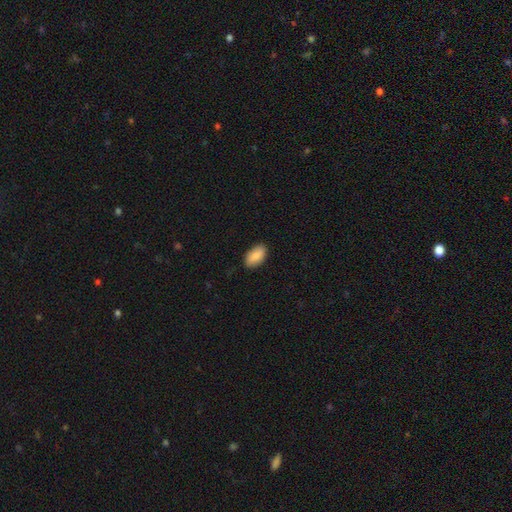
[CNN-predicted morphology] Smooth or featured? Predicted: smooth (p=0.87). How rounded? Predicted: in between (p=0.94). Merging? Predicted: none (p=0.87).